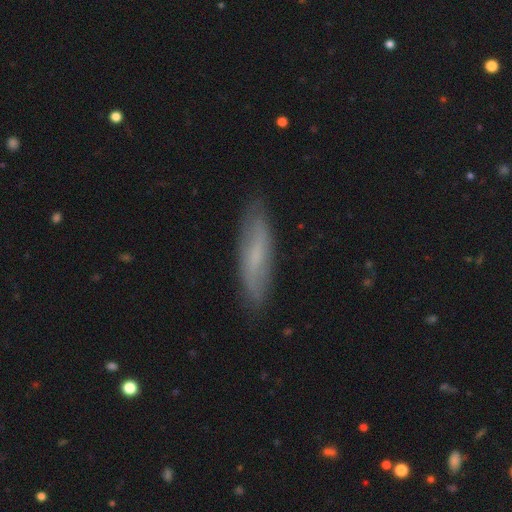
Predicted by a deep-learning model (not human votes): The model was most divided on "smooth or featured": smooth: 54%, featured or disk: 38%, star or artifact: 7%. More confident: merging — none (84%); how rounded — cigar-shaped (68%).